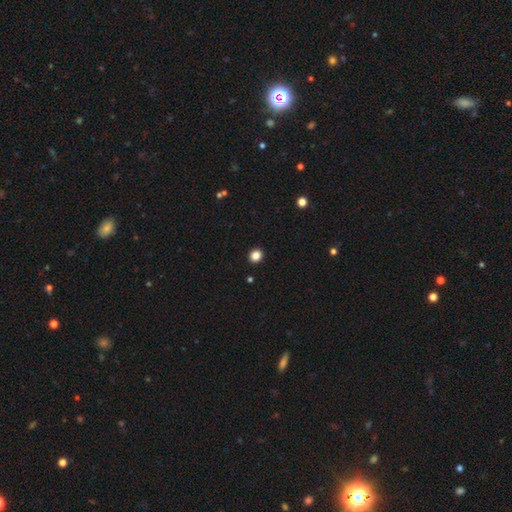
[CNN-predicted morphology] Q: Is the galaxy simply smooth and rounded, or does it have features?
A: smooth — 85%.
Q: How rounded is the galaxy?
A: round — 82%.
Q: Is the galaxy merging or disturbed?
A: none — 93%.